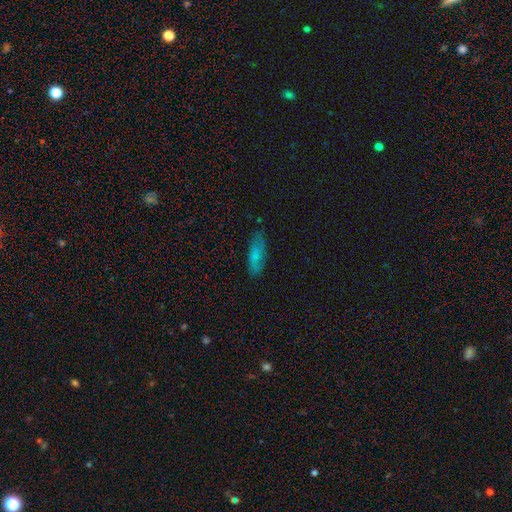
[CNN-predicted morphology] smooth-or-featured: smooth: 73% | featured or disk: 19% | star or artifact: 8%
  how-rounded: in between: 58% | cigar-shaped: 40% | round: 2%
  merging: none: 77% | minor disturbance: 17% | major disturbance: 3% | merger: 2%